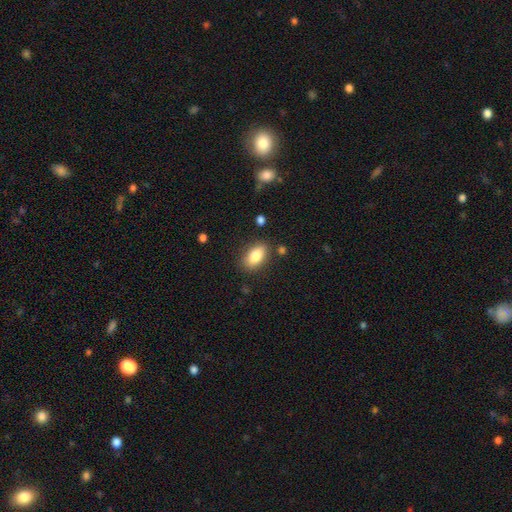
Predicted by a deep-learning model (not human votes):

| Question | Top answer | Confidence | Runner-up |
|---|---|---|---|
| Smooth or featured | smooth | 84% | featured or disk (8%) |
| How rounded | in between | 90% | round (6%) |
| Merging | none | 84% | minor disturbance (11%) |